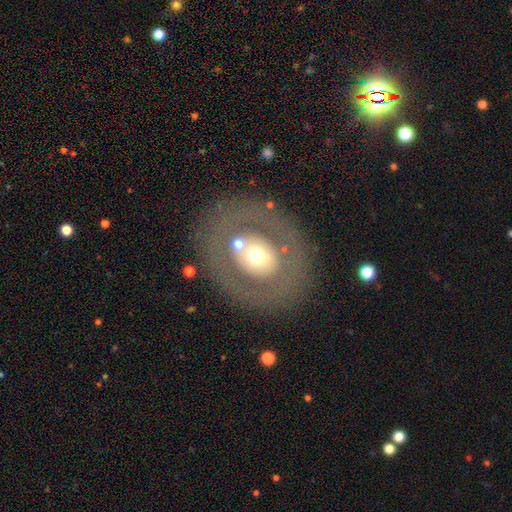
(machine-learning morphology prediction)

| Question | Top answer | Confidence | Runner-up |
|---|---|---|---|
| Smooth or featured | featured or disk | 47% | smooth (44%) |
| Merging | none | 78% | minor disturbance (10%) |